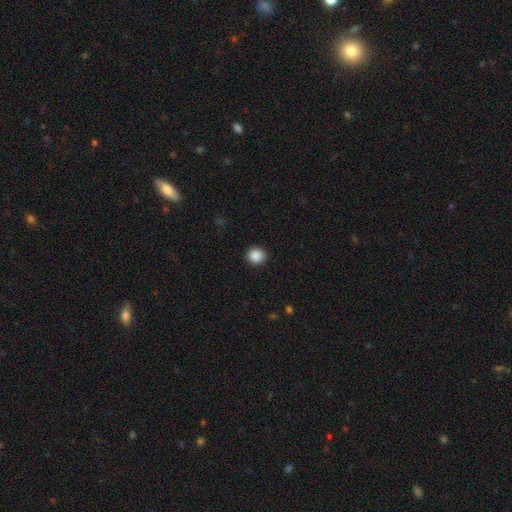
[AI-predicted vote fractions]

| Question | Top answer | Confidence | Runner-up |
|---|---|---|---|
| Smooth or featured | smooth | 89% | star or artifact (9%) |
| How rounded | round | 89% | in between (10%) |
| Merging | none | 91% | minor disturbance (6%) |